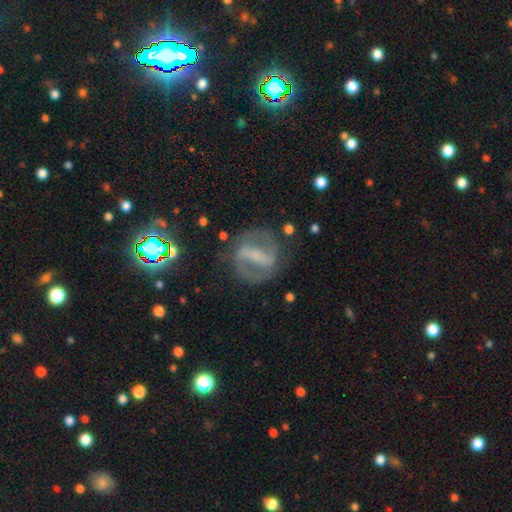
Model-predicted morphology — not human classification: smooth-or-featured: featured or disk: 79% | smooth: 12% | star or artifact: 9%
  disk-edge-on: no: 94% | yes: 6%
    bar: strong: 73% | weak: 20% | no: 7%
    has-spiral-arms: yes: 83% | no: 17%
      spiral-winding: medium: 49% | tight: 29% | loose: 22%
      spiral-arm-count: 2: 88% | can't tell: 7% | 1: 2% | 3: 1% | 4: 1% | more than 4: 1%
    bulge-size: small: 39% | none: 36% | moderate: 19% | large: 5% | dominant: 2%
  merging: none: 78% | minor disturbance: 12% | major disturbance: 8% | merger: 2%